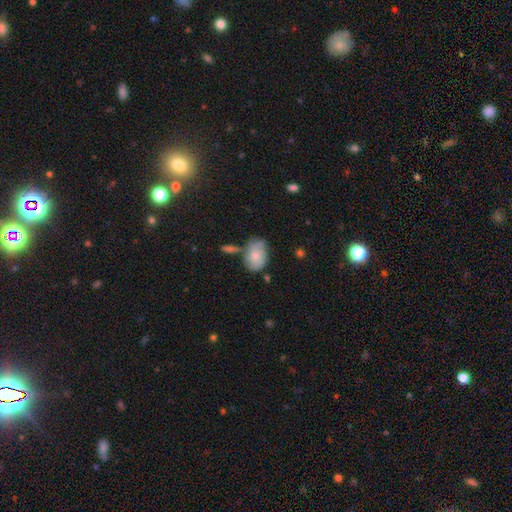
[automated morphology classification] This is likely a smooth galaxy (68%). How rounded: clearly in between (82%). Merging: possibly none (46%).